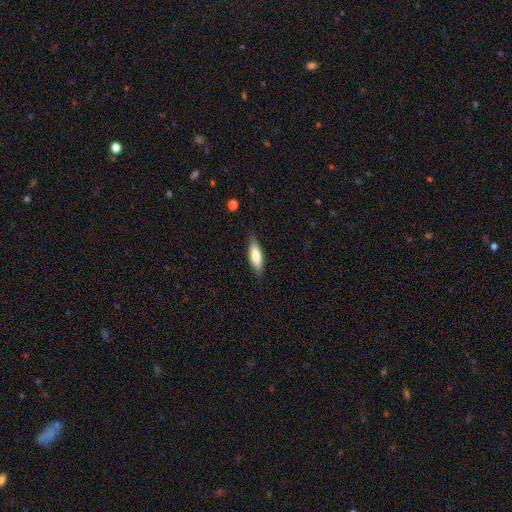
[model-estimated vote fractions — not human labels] A smooth galaxy with no disk features (74%) that is cigar-shaped (52%).

Vote fractions:
- Smooth or featured? smooth: 74% / featured or disk: 20% / star or artifact: 6%
- How rounded? cigar-shaped: 52% / in between: 46% / round: 2%
- Merging? none: 84% / minor disturbance: 12% / major disturbance: 2% / merger: 1%